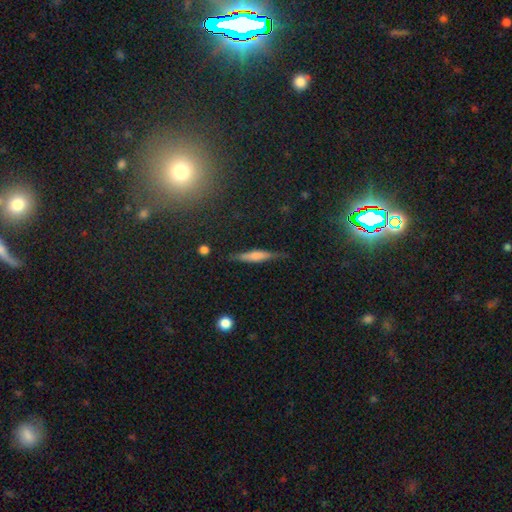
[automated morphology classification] smooth-or-featured: smooth: 52% | featured or disk: 40% | star or artifact: 8%
  how-rounded: cigar-shaped: 84% | in between: 13% | round: 3%
  merging: none: 78% | minor disturbance: 16% | major disturbance: 4% | merger: 2%